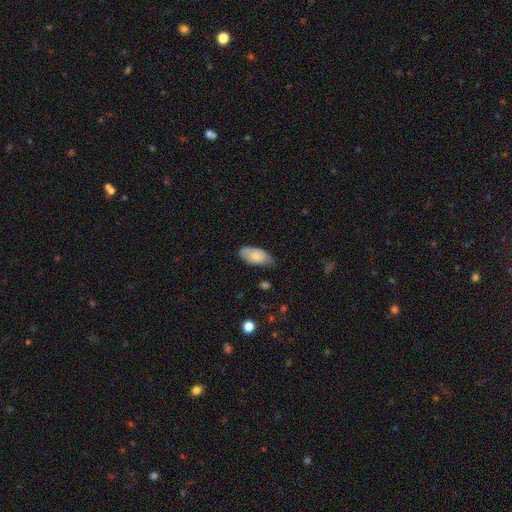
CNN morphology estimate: smooth_or_featured: smooth (p=0.76) [alt: featured or disk p=0.18]
how_rounded: in between (p=0.94) [alt: cigar-shaped p=0.03]
merging: none (p=0.56) [alt: minor disturbance p=0.36]